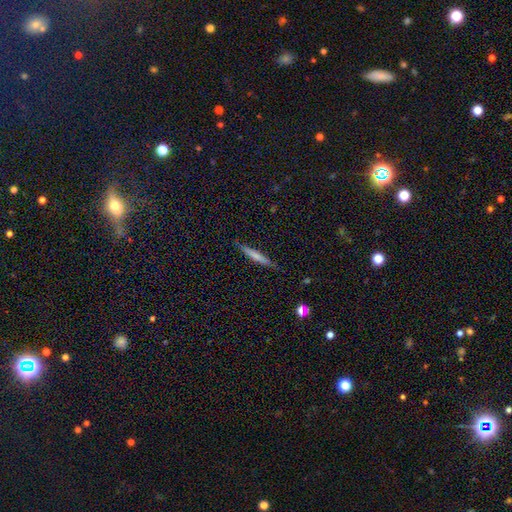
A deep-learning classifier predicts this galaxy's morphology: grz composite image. It shows a smooth galaxy with no disk features (63%) that is cigar-shaped (94%). Merging: none (86%).